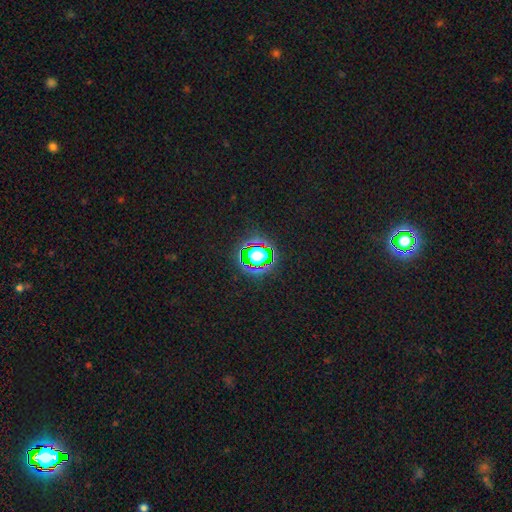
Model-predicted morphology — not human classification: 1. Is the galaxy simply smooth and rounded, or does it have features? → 65% star or artifact, 24% smooth, 11% featured or disk.